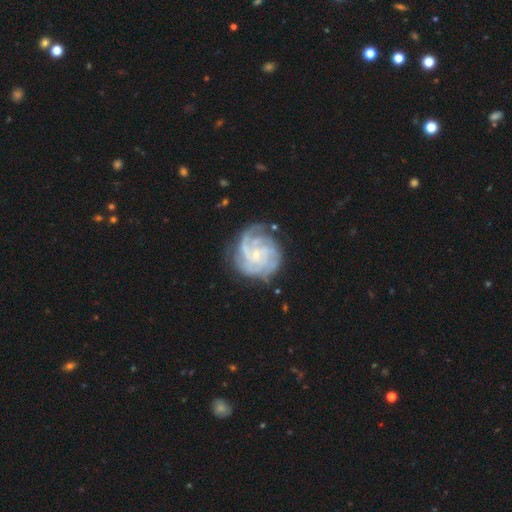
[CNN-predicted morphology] A featured or disk galaxy (84%) with no bar (69%), tight (61%) spiral arms (95%) and a small central bulge (79%). Merging: none (66%).